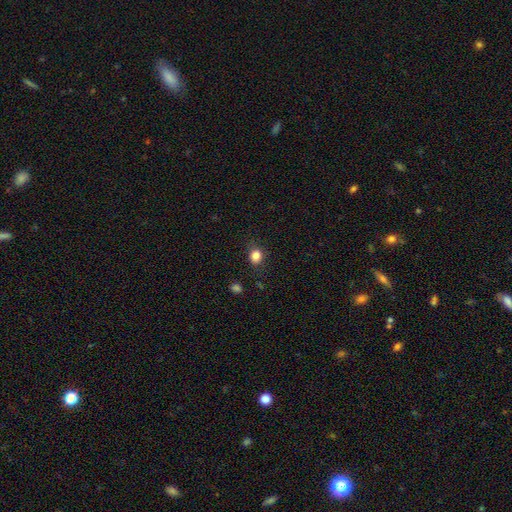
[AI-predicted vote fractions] smooth-or-featured: smooth: 83% | star or artifact: 12% | featured or disk: 5%
  how-rounded: round: 68% | in between: 31% | cigar-shaped: 1%
  merging: none: 83% | minor disturbance: 12% | major disturbance: 3% | merger: 1%